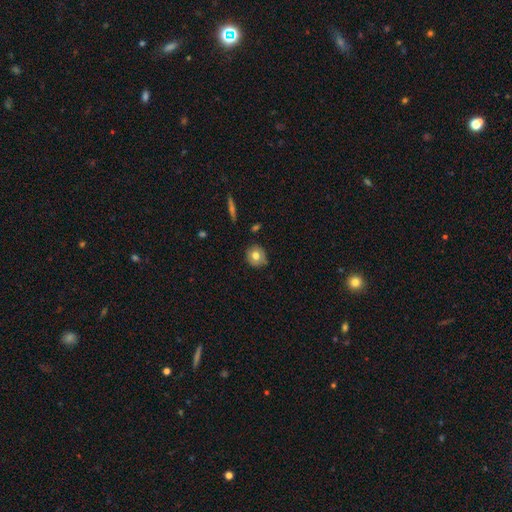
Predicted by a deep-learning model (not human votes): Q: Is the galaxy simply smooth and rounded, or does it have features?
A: smooth — 72%.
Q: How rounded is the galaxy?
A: round — 88%.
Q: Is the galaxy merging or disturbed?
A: none — 82%.